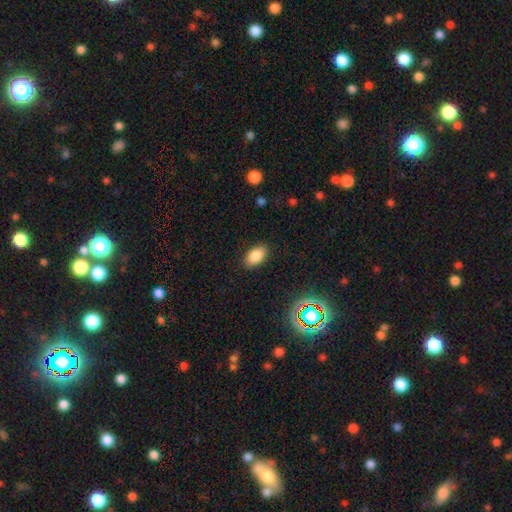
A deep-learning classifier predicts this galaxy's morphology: Q: Smooth or featured?
A: smooth (85%); runner-up: star or artifact (10%)
Q: How rounded?
A: in between (92%); runner-up: round (6%)
Q: Merging?
A: none (86%); runner-up: minor disturbance (10%)